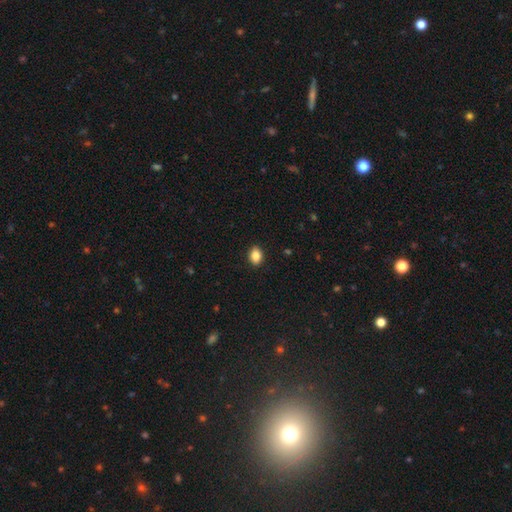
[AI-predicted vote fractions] This is clearly a smooth galaxy (87%). How rounded: likely in between (72%). Merging: clearly none (90%).